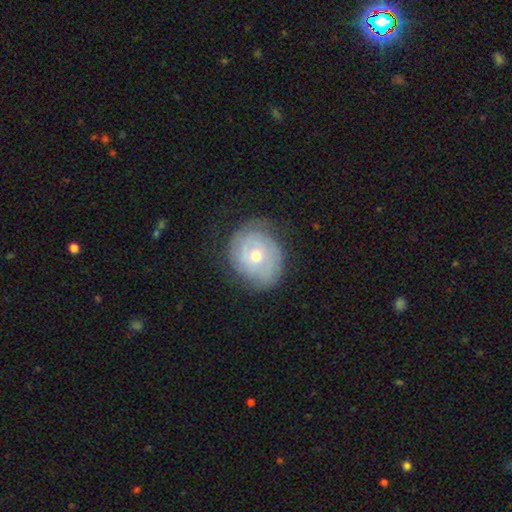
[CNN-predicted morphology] Smooth or featured: featured or disk — 59% (smooth — 33%)
Edge-on disk: no — 96% (yes — 4%)
Bar: no — 82% (weak — 14%)
Spiral arms: yes — 71% (no — 29%)
Bulge size: moderate — 54% (small — 42%)
Merging: none — 70% (minor disturbance — 21%)